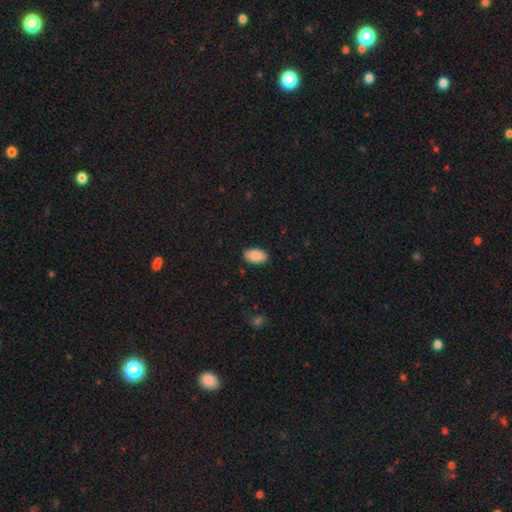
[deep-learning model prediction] Smooth or featured? Predicted: smooth (p=0.88). How rounded? Predicted: in between (p=0.94). Merging? Predicted: none (p=0.86).